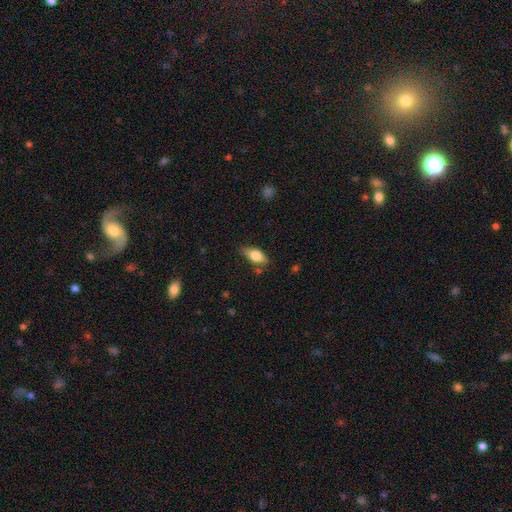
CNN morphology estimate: A smooth galaxy with no disk features (74%) that is in between round and cigar-shaped (83%).

Vote fractions:
- Smooth or featured? smooth: 74% / featured or disk: 19% / star or artifact: 7%
- How rounded? in between: 83% / cigar-shaped: 11% / round: 5%
- Merging? none: 73% / minor disturbance: 20% / major disturbance: 4% / merger: 3%